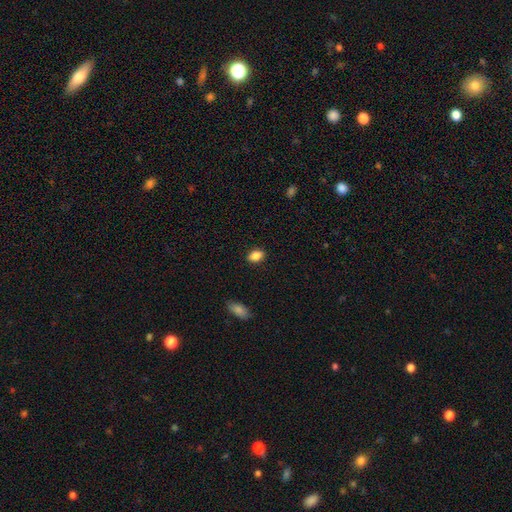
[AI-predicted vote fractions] Smooth or featured: smooth — 87% (star or artifact — 8%)
How rounded: in between — 84% (round — 15%)
Merging: none — 89% (minor disturbance — 8%)